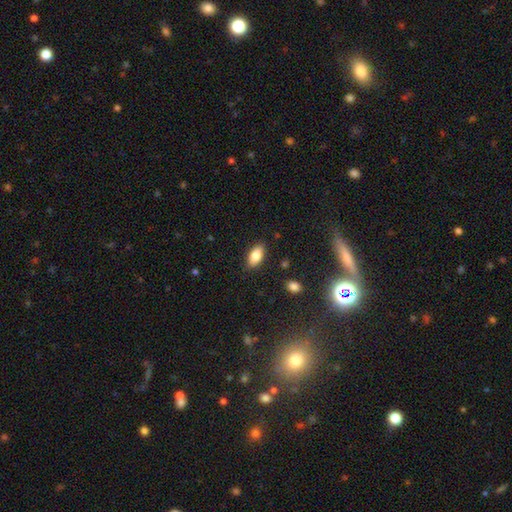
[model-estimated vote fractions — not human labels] Smooth or featured? Predicted: smooth (p=0.82). How rounded? Predicted: in between (p=0.89). Merging? Predicted: none (p=0.86).